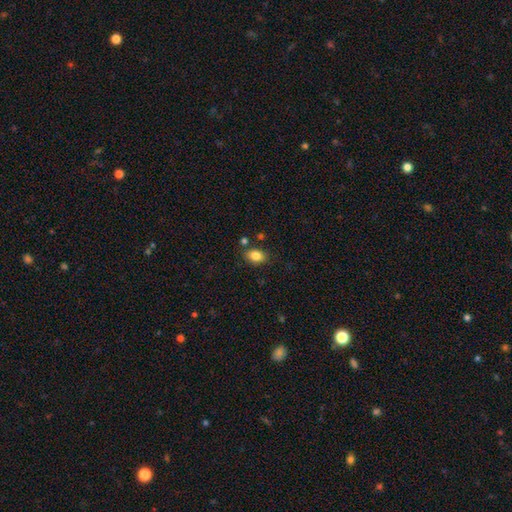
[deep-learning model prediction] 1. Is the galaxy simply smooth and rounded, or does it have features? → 84% smooth, 9% star or artifact, 7% featured or disk.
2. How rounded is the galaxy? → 80% in between, 19% round, 1% cigar-shaped.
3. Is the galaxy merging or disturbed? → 81% none, 12% minor disturbance, 5% merger, 3% major disturbance.